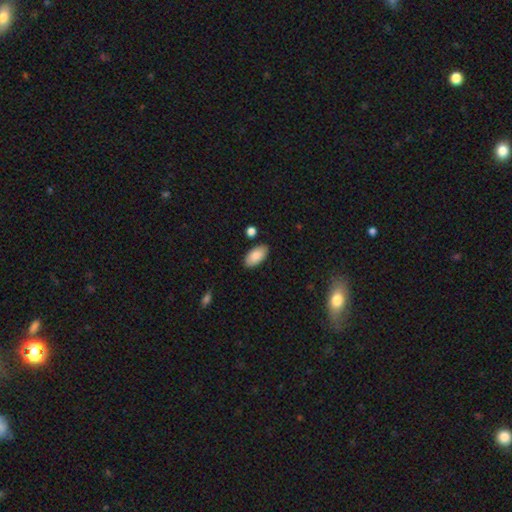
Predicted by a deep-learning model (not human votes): Overall: smooth (87%). How rounded: in between (95%). Merging: none (85%).